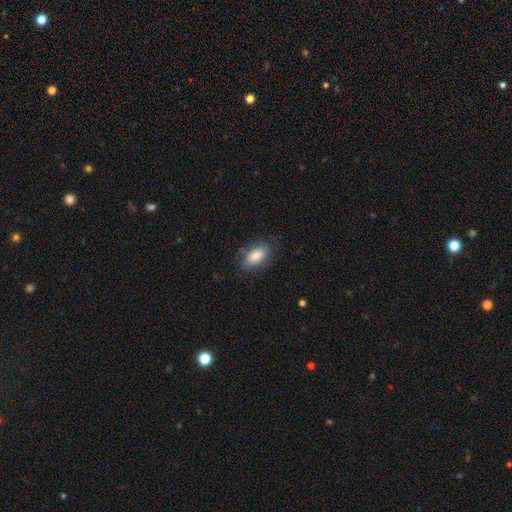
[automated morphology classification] Smooth or featured: smooth — 83% (featured or disk — 10%)
How rounded: in between — 90% (round — 6%)
Merging: none — 80% (minor disturbance — 15%)